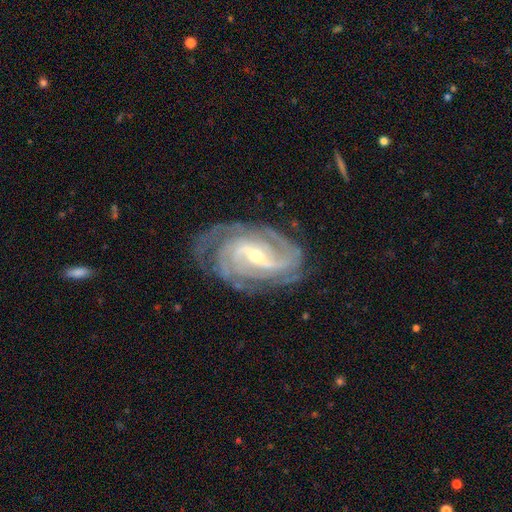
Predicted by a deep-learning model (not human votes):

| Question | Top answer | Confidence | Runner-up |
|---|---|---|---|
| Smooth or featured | featured or disk | 91% | star or artifact (5%) |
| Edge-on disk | no | 96% | yes (4%) |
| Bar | strong | 45% | weak (42%) |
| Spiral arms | yes | 98% | no (2%) |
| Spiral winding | tight | 60% | medium (34%) |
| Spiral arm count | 3 | 28% | 2 (26%) |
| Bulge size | small | 52% | moderate (45%) |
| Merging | none | 74% | minor disturbance (18%) |